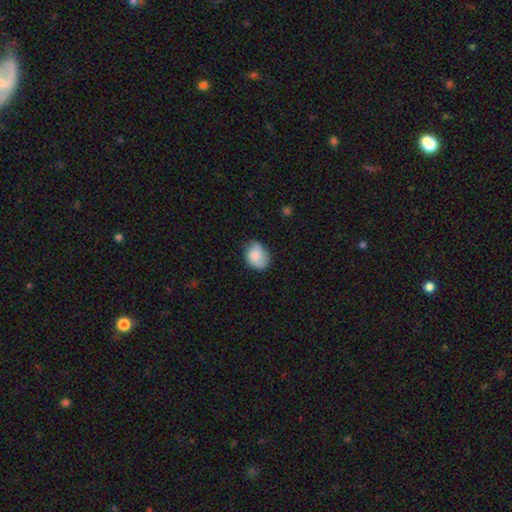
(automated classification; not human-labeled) A smooth galaxy with no disk features (78%) that is in between round and cigar-shaped (61%). Merging: none (61%).